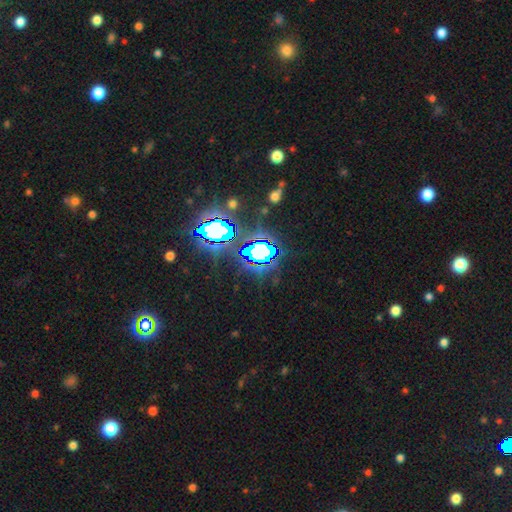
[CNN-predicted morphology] This appears to be a star or artifact, not a galaxy (82%).